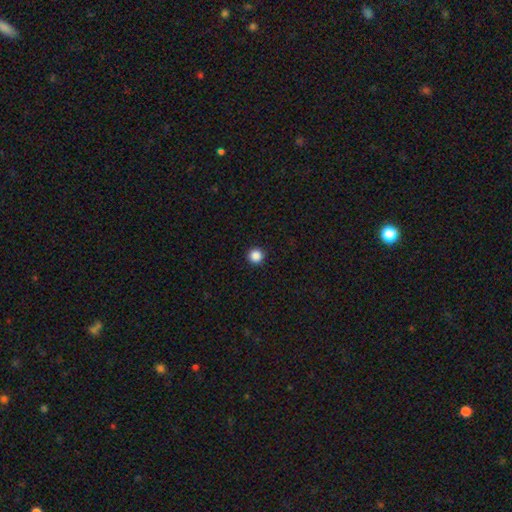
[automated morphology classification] Q: Smooth or featured?
A: smooth (87%); runner-up: star or artifact (11%)
Q: How rounded?
A: round (97%); runner-up: in between (2%)
Q: Merging?
A: none (94%); runner-up: minor disturbance (4%)